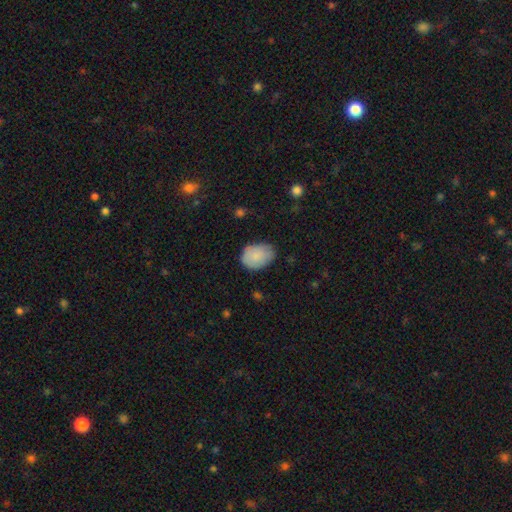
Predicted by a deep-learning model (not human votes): Q: Smooth or featured?
A: smooth (84%); runner-up: featured or disk (10%)
Q: How rounded?
A: in between (74%); runner-up: round (25%)
Q: Merging?
A: none (65%); runner-up: minor disturbance (28%)